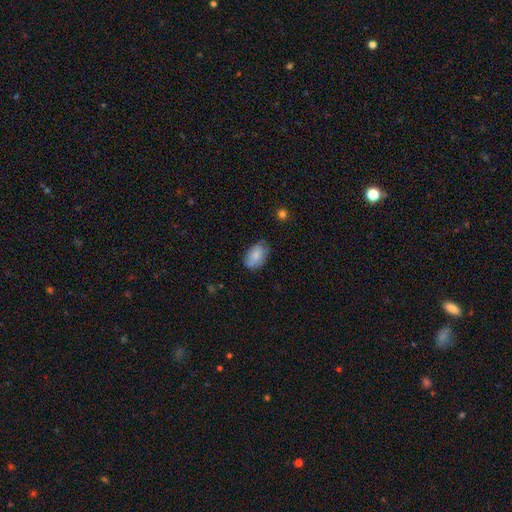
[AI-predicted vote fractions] A smooth galaxy with no disk features (78%) that is in between round and cigar-shaped (91%).

Vote fractions:
- Smooth or featured? smooth: 78% / featured or disk: 15% / star or artifact: 7%
- How rounded? in between: 91% / round: 8% / cigar-shaped: 1%
- Merging? none: 67% / minor disturbance: 25% / major disturbance: 5% / merger: 2%